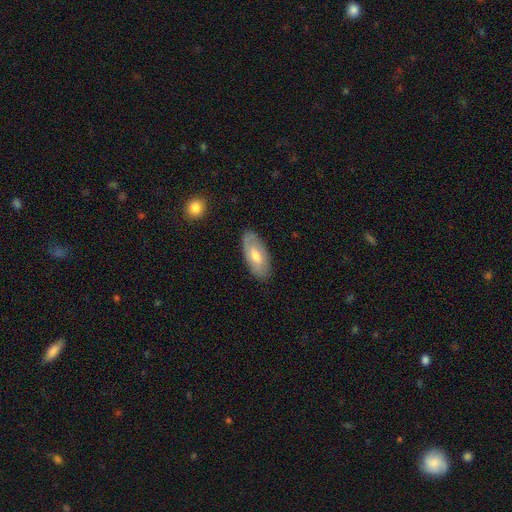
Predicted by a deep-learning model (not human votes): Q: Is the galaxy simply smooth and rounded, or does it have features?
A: smooth — 51%.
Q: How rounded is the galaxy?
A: in between — 89%.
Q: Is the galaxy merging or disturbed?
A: none — 85%.